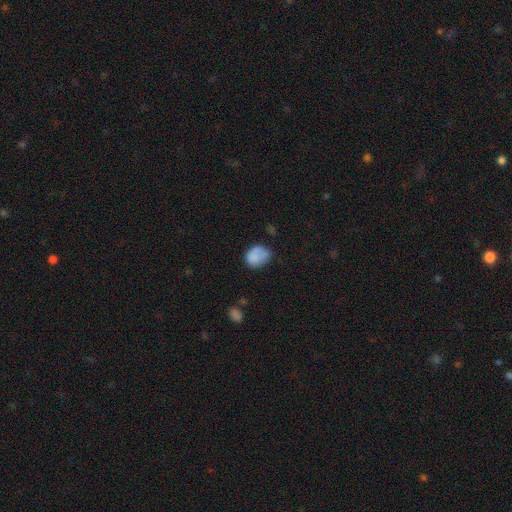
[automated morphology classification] Smooth or featured? Predicted: smooth (p=0.78). How rounded? Predicted: in between (p=0.62). Merging? Predicted: none (p=0.47).